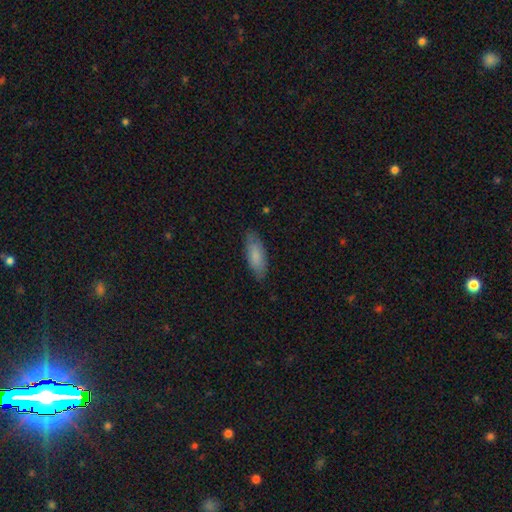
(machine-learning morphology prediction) type=smooth (82%); roundness=in between (71%); merging=none (82%).